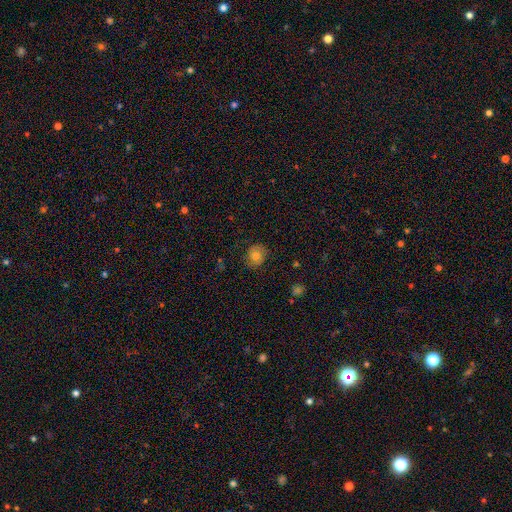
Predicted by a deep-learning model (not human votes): smooth-or-featured: smooth: 75% | featured or disk: 14% | star or artifact: 11%
  how-rounded: round: 74% | in between: 25% | cigar-shaped: 1%
  merging: none: 80% | minor disturbance: 15% | major disturbance: 4% | merger: 1%